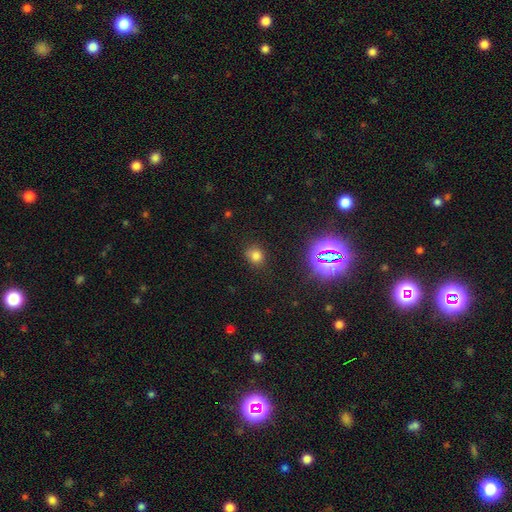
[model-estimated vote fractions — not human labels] The model was most divided on "how rounded": round: 72%, in between: 27%, cigar-shaped: 1%. More confident: merging — none (80%); smooth or featured — smooth (73%).